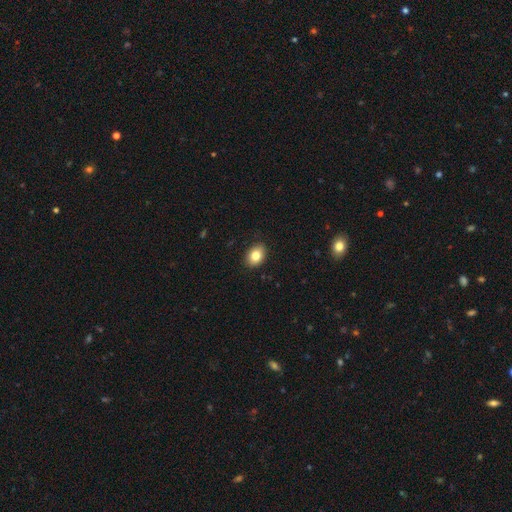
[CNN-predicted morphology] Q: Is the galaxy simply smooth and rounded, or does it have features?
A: smooth — 83%.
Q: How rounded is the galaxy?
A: in between — 74%.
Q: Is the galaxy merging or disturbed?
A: none — 88%.